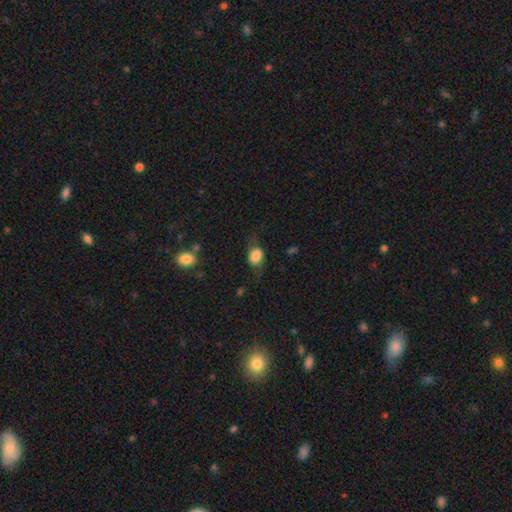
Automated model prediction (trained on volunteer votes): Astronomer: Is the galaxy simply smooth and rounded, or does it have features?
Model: smooth — 63%.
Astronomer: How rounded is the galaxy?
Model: in between — 64%.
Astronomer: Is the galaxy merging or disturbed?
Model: none — 55%.